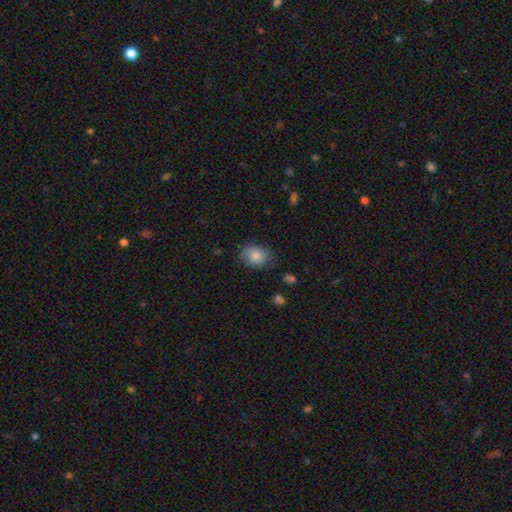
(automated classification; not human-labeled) A smooth galaxy with no disk features (85%) that is in between round and cigar-shaped (56%).

Vote fractions:
- Smooth or featured? smooth: 85% / star or artifact: 8% / featured or disk: 7%
- How rounded? in between: 56% / round: 43% / cigar-shaped: 1%
- Merging? none: 74% / minor disturbance: 20% / major disturbance: 5% / merger: 1%